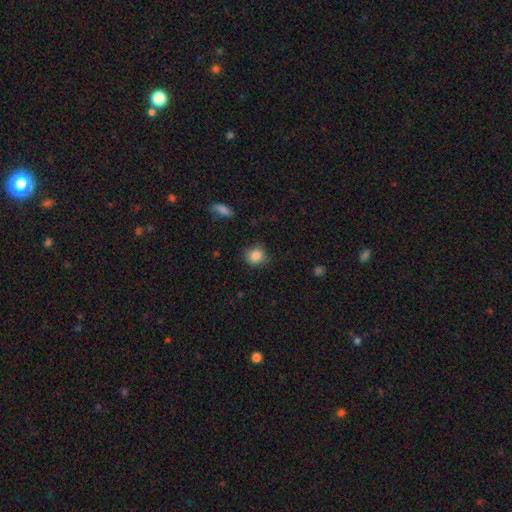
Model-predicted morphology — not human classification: Smooth or featured: smooth — 86% (star or artifact — 9%)
How rounded: round — 84% (in between — 15%)
Merging: none — 82% (minor disturbance — 13%)